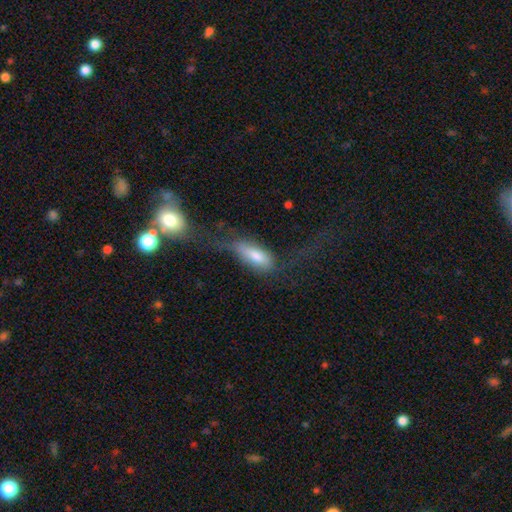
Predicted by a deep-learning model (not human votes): A smooth galaxy with no disk features (65%) that is in between round and cigar-shaped (71%). Merging: major disturbance (38%).